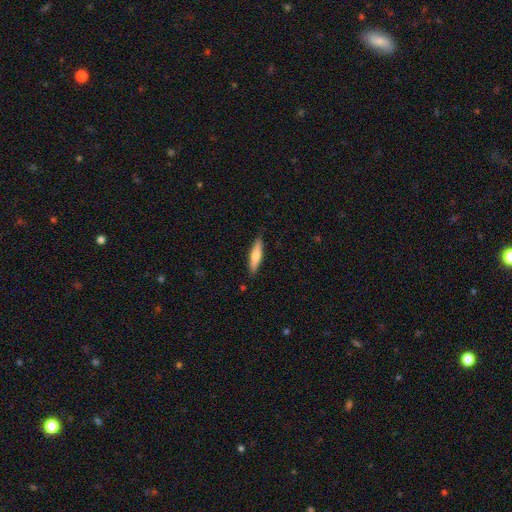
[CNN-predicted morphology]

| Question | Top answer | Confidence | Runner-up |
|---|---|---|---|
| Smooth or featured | smooth | 61% | featured or disk (34%) |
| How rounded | cigar-shaped | 79% | in between (20%) |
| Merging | none | 88% | minor disturbance (9%) |